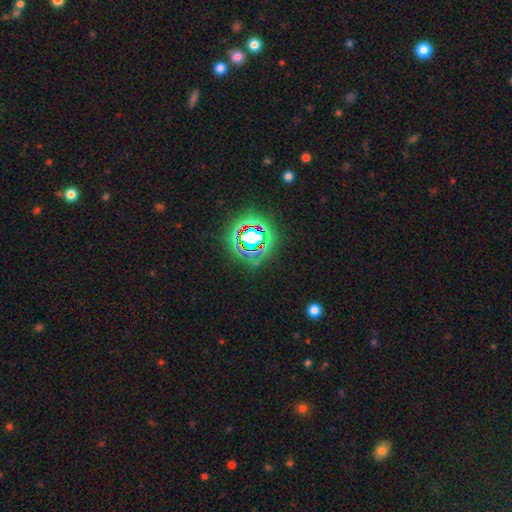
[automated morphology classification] This appears to be a star or artifact, not a galaxy (80%).